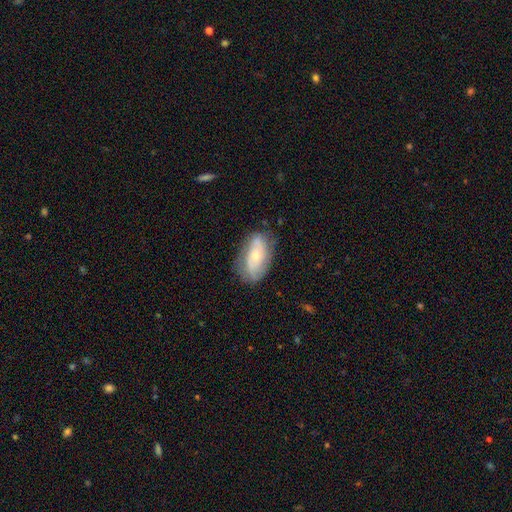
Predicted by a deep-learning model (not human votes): A featured or disk galaxy (49%).

Vote fractions:
- Smooth or featured? featured or disk: 49% / smooth: 44% / star or artifact: 7%
- Merging? none: 70% / minor disturbance: 22% / major disturbance: 7% / merger: 2%